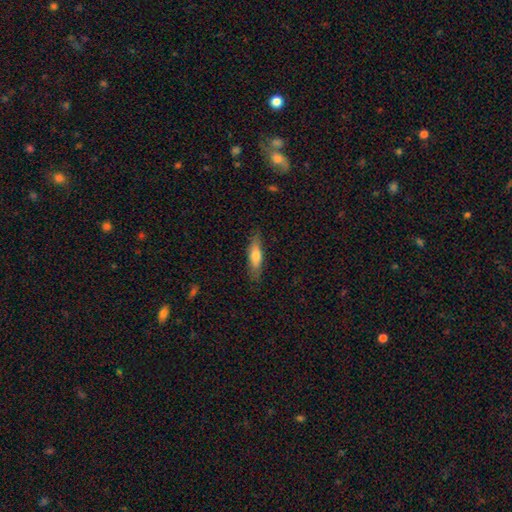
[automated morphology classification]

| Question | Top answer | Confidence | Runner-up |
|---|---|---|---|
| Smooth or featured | smooth | 67% | featured or disk (27%) |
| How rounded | cigar-shaped | 60% | in between (38%) |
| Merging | none | 82% | minor disturbance (14%) |